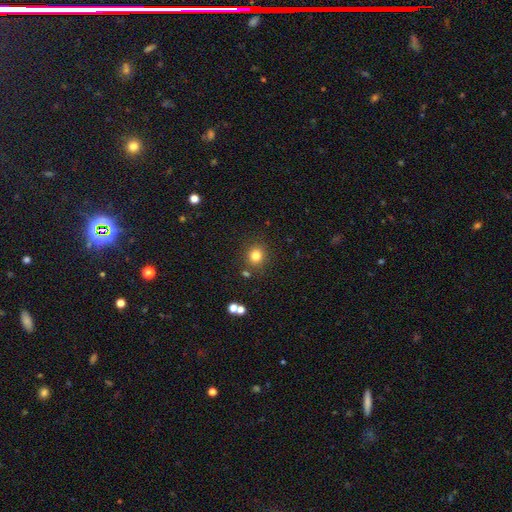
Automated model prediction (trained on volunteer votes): Q: Smooth or featured?
A: smooth (80%); runner-up: star or artifact (13%)
Q: How rounded?
A: round (88%); runner-up: in between (11%)
Q: Merging?
A: none (84%); runner-up: minor disturbance (8%)